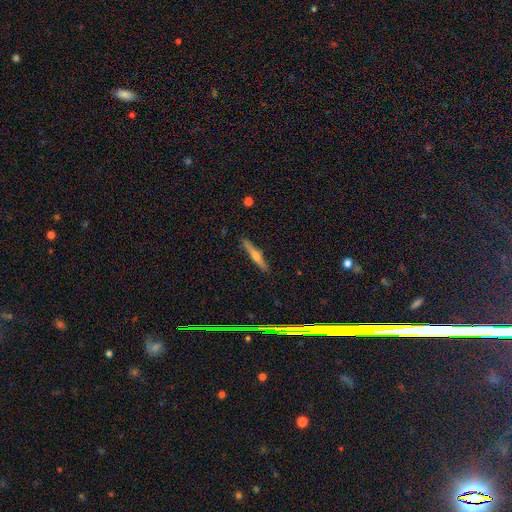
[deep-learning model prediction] Smooth or featured? Predicted: featured or disk (p=0.56). Edge-on disk? Predicted: yes (p=0.97). Edge-on bulge? Predicted: rounded (p=0.80). Merging? Predicted: none (p=0.89).